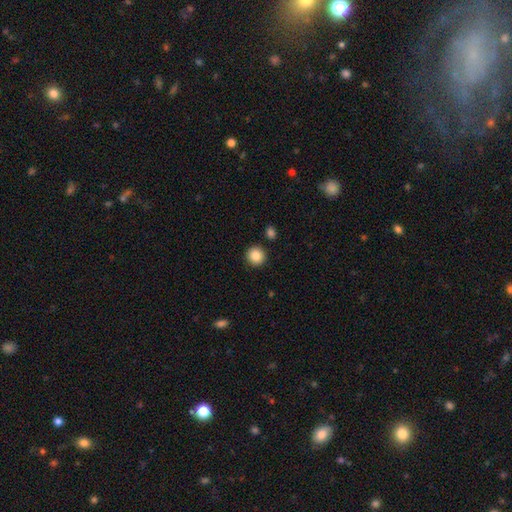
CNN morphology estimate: smooth 86%, star or artifact 9%, featured or disk 5%. Down the decision tree: how rounded — round (93%); merging — none (90%).